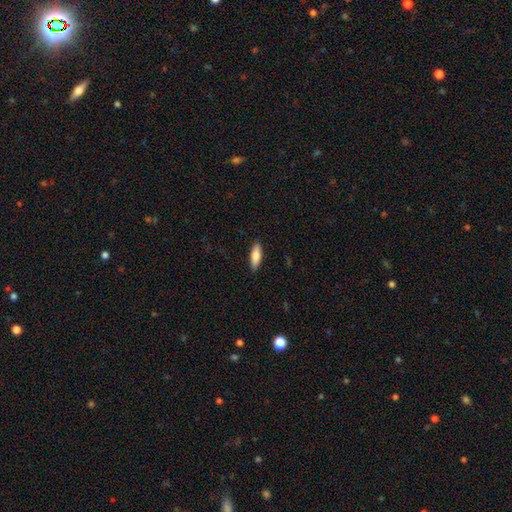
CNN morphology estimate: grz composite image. It shows a smooth galaxy with no disk features (81%) that is in between round and cigar-shaped (56%). Merging: none (89%).